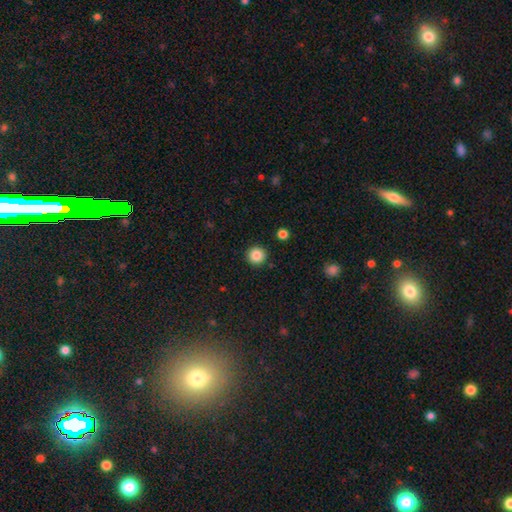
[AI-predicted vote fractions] Overall: smooth (86%). How rounded: round (96%). Merging: none (92%).